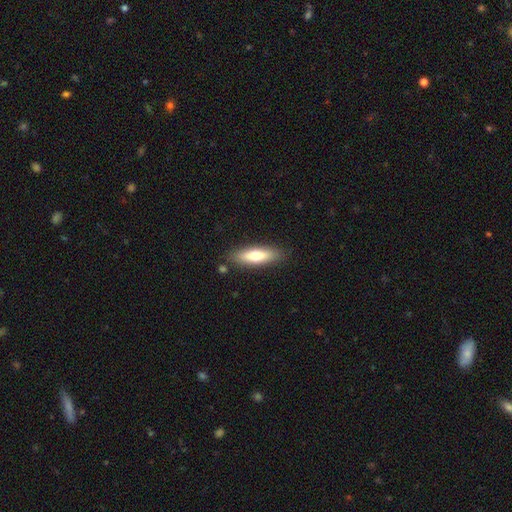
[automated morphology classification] Smooth or featured? smooth (68%)
How rounded? cigar-shaped (55%)
Merging? none (85%)